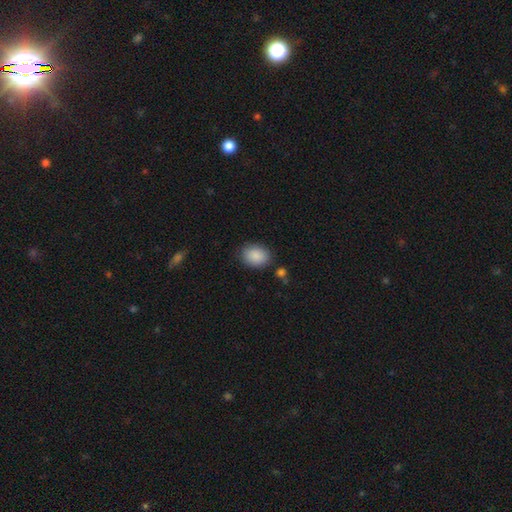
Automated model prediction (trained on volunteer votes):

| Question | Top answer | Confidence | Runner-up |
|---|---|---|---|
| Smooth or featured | smooth | 89% | star or artifact (7%) |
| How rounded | in between | 65% | round (34%) |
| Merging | none | 83% | minor disturbance (12%) |